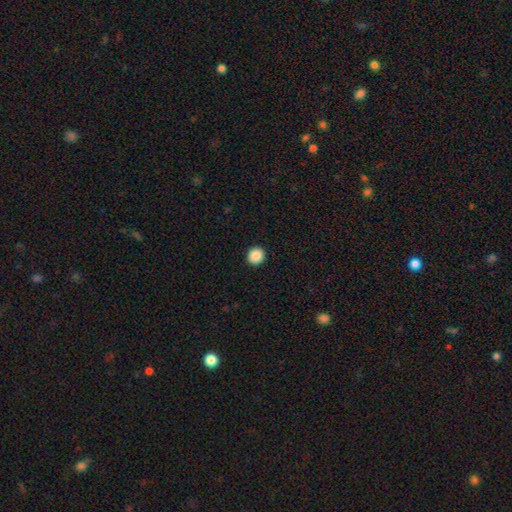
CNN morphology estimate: A smooth galaxy with no disk features (89%) that is round (93%).

Vote fractions:
- Smooth or featured? smooth: 89% / star or artifact: 9% / featured or disk: 3%
- How rounded? round: 93% / in between: 6% / cigar-shaped: 1%
- Merging? none: 93% / minor disturbance: 4% / major disturbance: 2% / merger: 1%